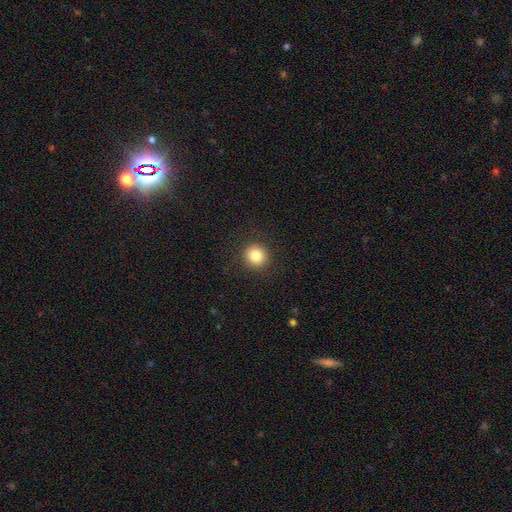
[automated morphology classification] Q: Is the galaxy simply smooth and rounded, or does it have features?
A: smooth — 83%.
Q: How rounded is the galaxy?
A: round — 94%.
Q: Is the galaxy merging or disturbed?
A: none — 91%.